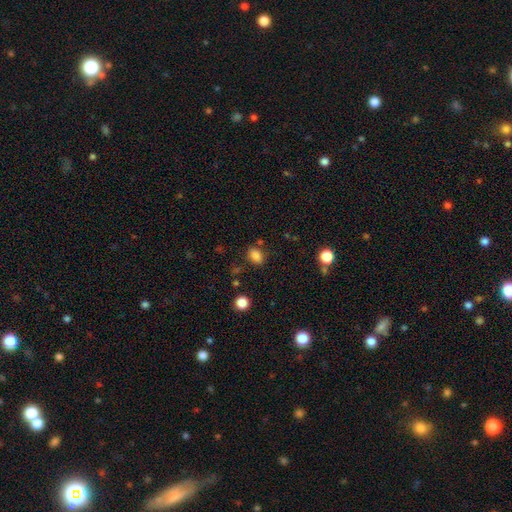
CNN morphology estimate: smooth_or_featured: smooth (p=0.84) [alt: star or artifact p=0.12]
how_rounded: in between (p=0.73) [alt: round p=0.25]
merging: none (p=0.78) [alt: minor disturbance p=0.13]